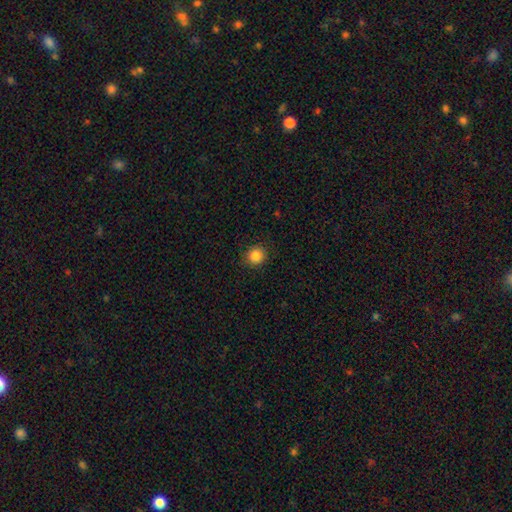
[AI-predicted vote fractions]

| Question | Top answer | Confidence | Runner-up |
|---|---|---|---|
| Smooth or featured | smooth | 85% | star or artifact (11%) |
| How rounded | round | 91% | in between (8%) |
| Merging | none | 90% | minor disturbance (7%) |